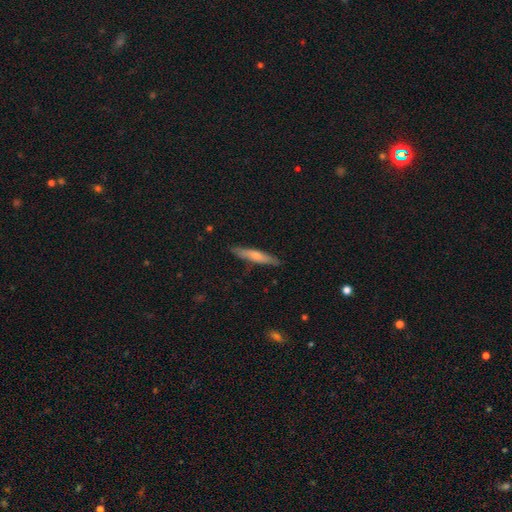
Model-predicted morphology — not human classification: A smooth galaxy with no disk features (55%) that is cigar-shaped (89%).

Vote fractions:
- Smooth or featured? smooth: 55% / featured or disk: 39% / star or artifact: 6%
- How rounded? cigar-shaped: 89% / in between: 9% / round: 2%
- Merging? none: 86% / minor disturbance: 11% / major disturbance: 2% / merger: 1%